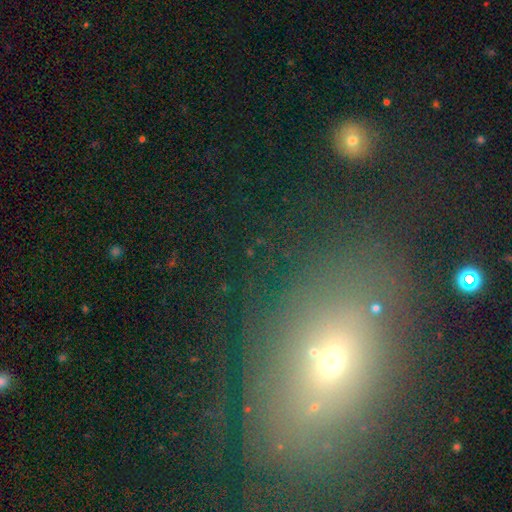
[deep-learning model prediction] A smooth galaxy with no disk features (41%).

Vote fractions:
- Smooth or featured? smooth: 41% / star or artifact: 35% / featured or disk: 24%
- Merging? none: 68% / minor disturbance: 14% / major disturbance: 11% / merger: 7%